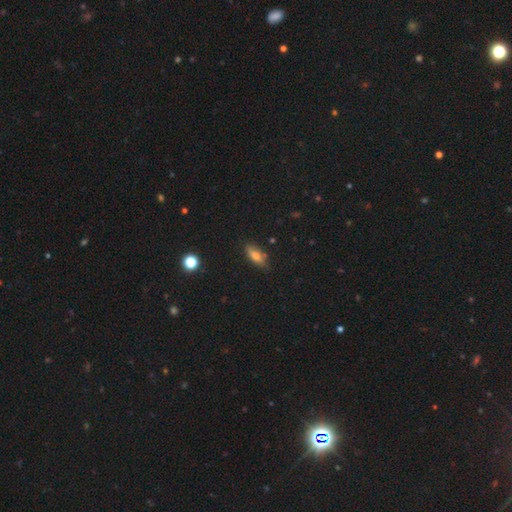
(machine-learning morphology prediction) Overall: smooth (68%). How rounded: in between (69%). Merging: none (81%).